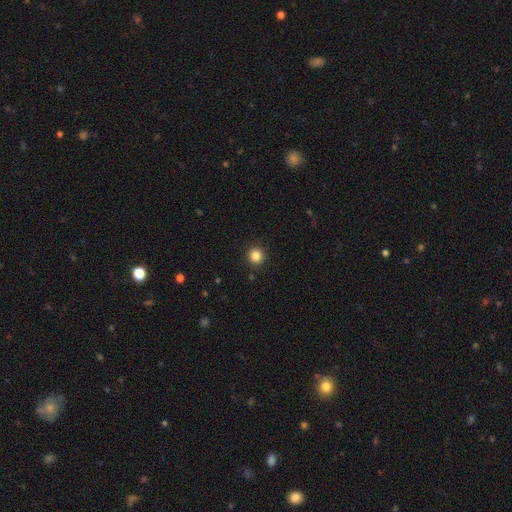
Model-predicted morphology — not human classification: The model was most divided on "smooth or featured": smooth: 85%, star or artifact: 12%, featured or disk: 4%. More confident: how rounded — round (95%); merging — none (92%).